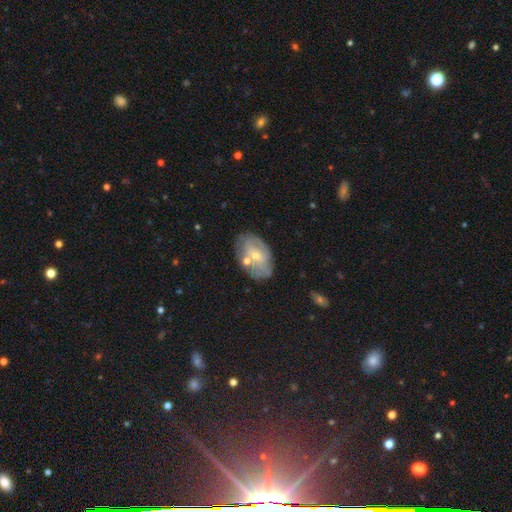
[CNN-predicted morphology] featured or disk 55%, smooth 38%, star or artifact 7%. Down the decision tree: edge-on disk — no (94%); bar — no (64%); spiral arms — no (55%); bulge size — small (61%); merging — none (61%).